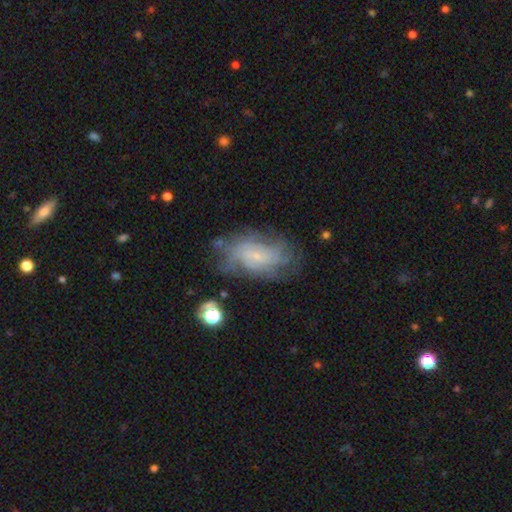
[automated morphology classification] featured or disk 72%, smooth 19%, star or artifact 9%. Down the decision tree: edge-on disk — no (95%); bar — no (67%); spiral arms — yes (88%); spiral arm count — can't tell (50%); spiral winding — tight (51%); bulge size — small (79%); merging — none (64%).